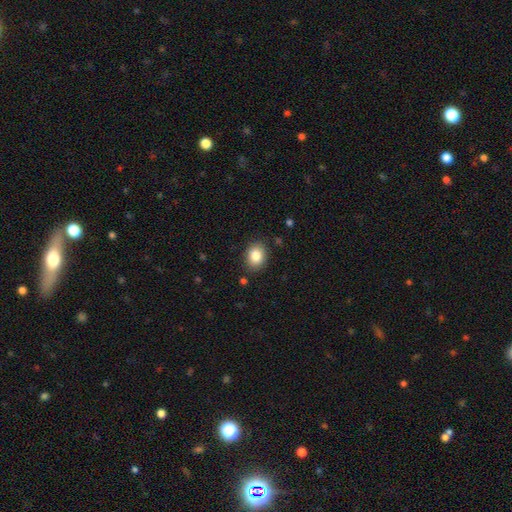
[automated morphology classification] Smooth or featured? Predicted: smooth (p=0.84). How rounded? Predicted: in between (p=0.54). Merging? Predicted: none (p=0.87).